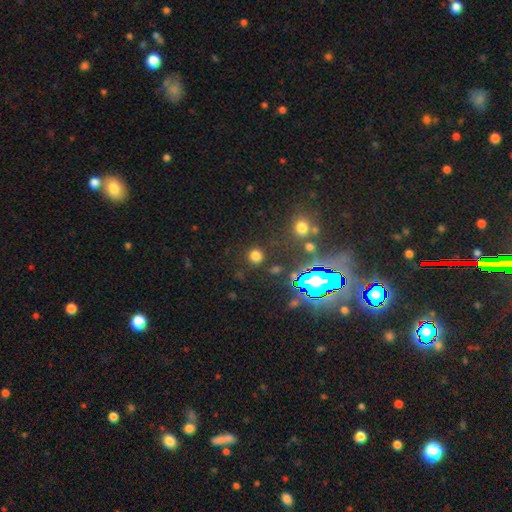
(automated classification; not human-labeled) Smooth or featured: smooth — 70% (star or artifact — 24%)
How rounded: round — 89% (in between — 10%)
Merging: none — 85% (minor disturbance — 7%)